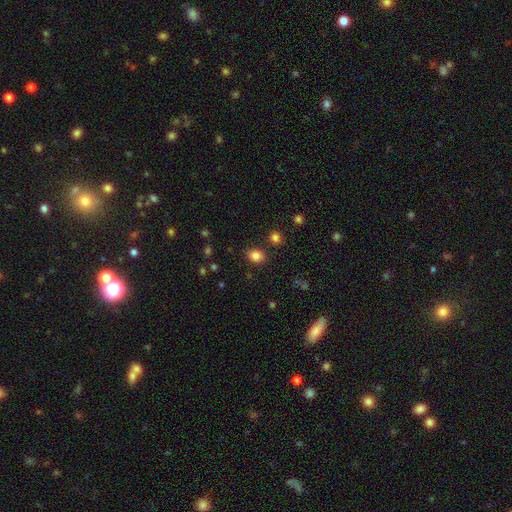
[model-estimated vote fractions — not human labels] Smooth or featured?
  - smooth: 84% *
  - star or artifact: 11%
  - featured or disk: 5%
How rounded?
  - in between: 61% *
  - round: 38%
  - cigar-shaped: 1%
Merging?
  - none: 83% *
  - minor disturbance: 10%
  - merger: 4%
  - major disturbance: 3%